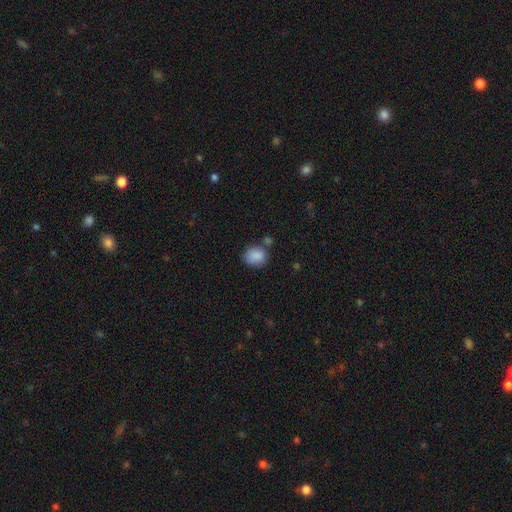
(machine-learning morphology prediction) smooth-or-featured: smooth: 87% | star or artifact: 8% | featured or disk: 5%
  how-rounded: round: 55% | in between: 44% | cigar-shaped: 1%
  merging: none: 65% | minor disturbance: 18% | merger: 11% | major disturbance: 5%